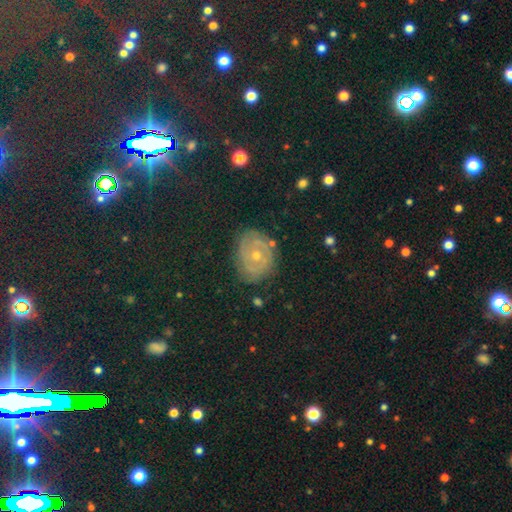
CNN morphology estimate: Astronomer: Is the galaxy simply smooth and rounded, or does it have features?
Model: featured or disk — 42% (runner-up: star or artifact, 35%).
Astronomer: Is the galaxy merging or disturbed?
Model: none — 82%.